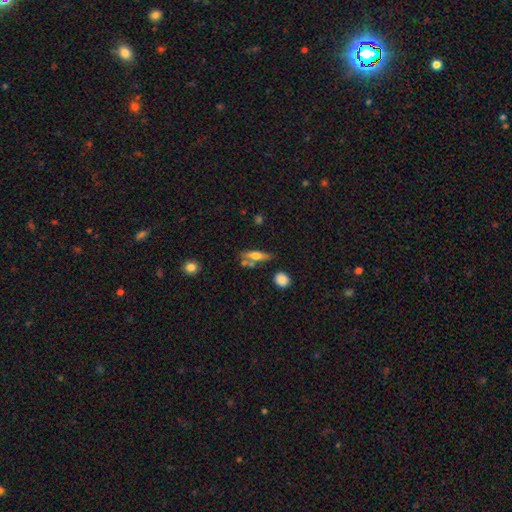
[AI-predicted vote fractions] Smooth or featured: smooth — 51% (featured or disk — 40%)
How rounded: cigar-shaped — 62% (in between — 34%)
Merging: none — 61% (merger — 17%)